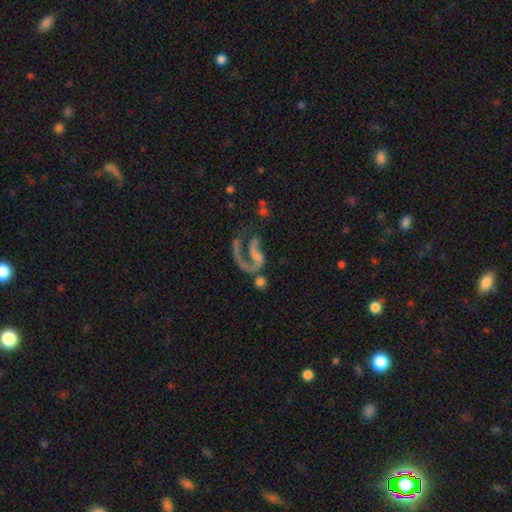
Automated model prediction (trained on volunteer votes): The model was most divided on "merging": major disturbance: 39%, none: 31%, merger: 20%, minor disturbance: 11%. More confident: edge-on disk — no (96%); spiral arms — yes (82%); smooth or featured — featured or disk (76%); spiral arm count — 1 (68%); bar — no (56%); spiral winding — loose (56%); bulge size — none (54%).